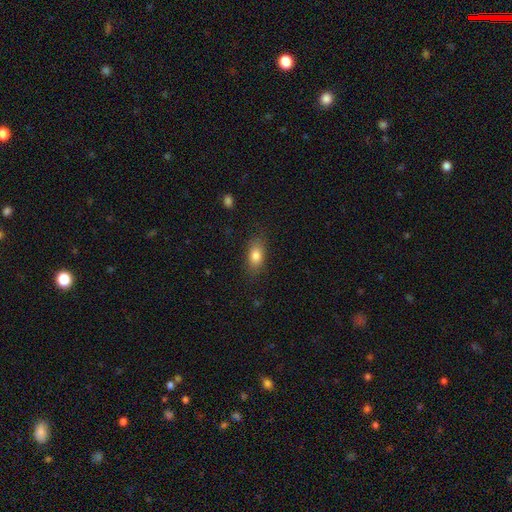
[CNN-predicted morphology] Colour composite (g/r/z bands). It shows a smooth galaxy with no disk features (82%) that is in between round and cigar-shaped (85%). Merging: none (82%).